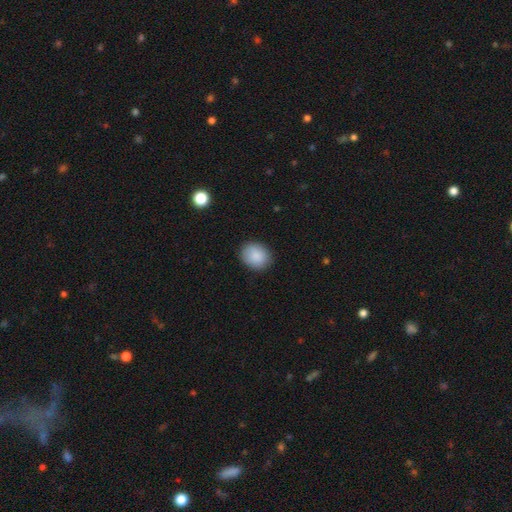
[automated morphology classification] This appears to be a smooth galaxy with no disk features (89%) that is round (52%). Merging: none (86%).